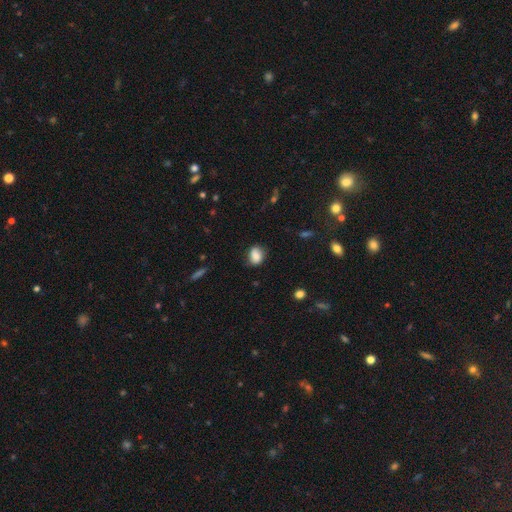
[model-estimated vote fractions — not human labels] Smooth or featured?
  - smooth: 82% *
  - featured or disk: 9%
  - star or artifact: 9%
How rounded?
  - in between: 66% *
  - round: 32%
  - cigar-shaped: 2%
Merging?
  - none: 66% *
  - minor disturbance: 25%
  - major disturbance: 6%
  - merger: 4%